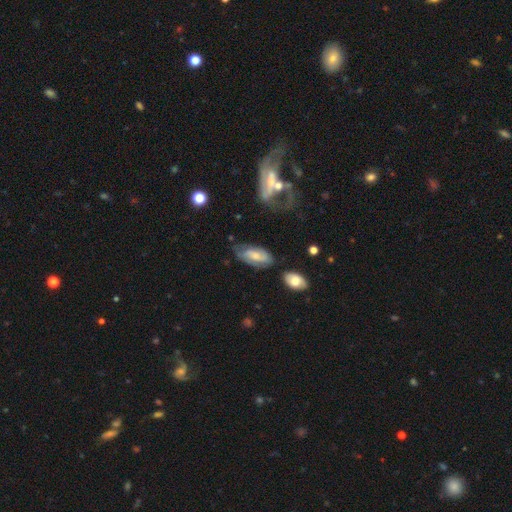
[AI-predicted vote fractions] smooth_or_featured: smooth (p=0.49) [alt: featured or disk p=0.43]
merging: none (p=0.57) [alt: minor disturbance p=0.26]